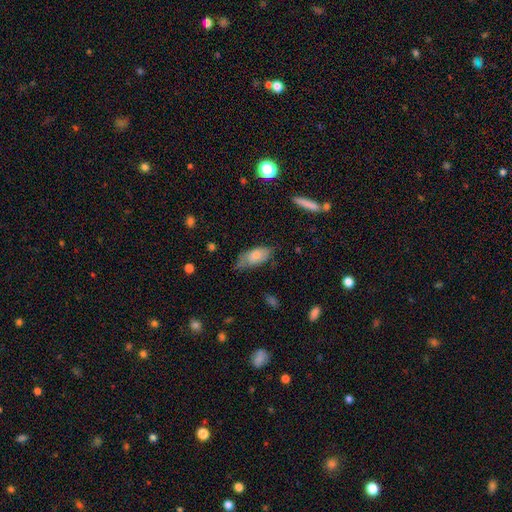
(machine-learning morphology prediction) Overall: smooth (77%). How rounded: in between (90%). Merging: none (49%; minor disturbance 37%).